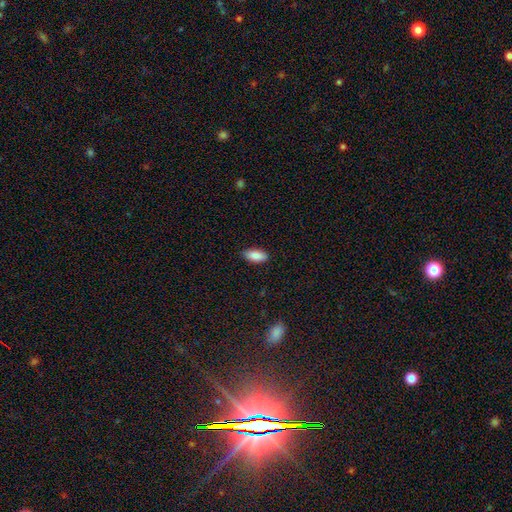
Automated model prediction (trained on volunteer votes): smooth-or-featured: smooth: 88% | star or artifact: 7% | featured or disk: 5%
  how-rounded: in between: 89% | cigar-shaped: 8% | round: 2%
  merging: none: 86% | minor disturbance: 11% | major disturbance: 2% | merger: 1%